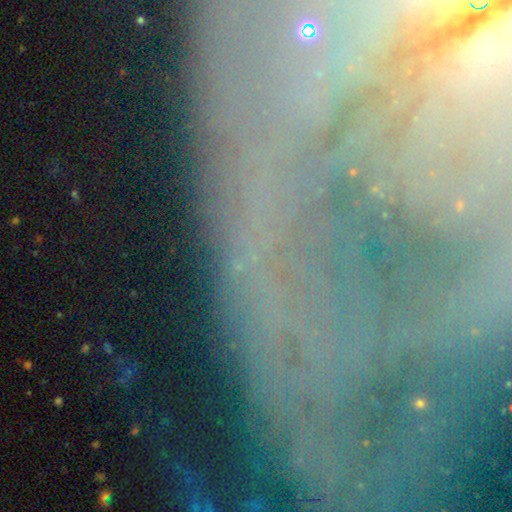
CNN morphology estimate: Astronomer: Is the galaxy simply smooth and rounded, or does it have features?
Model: star or artifact — 56%.